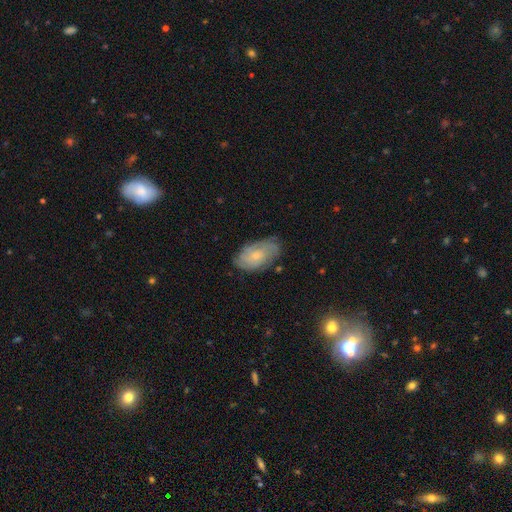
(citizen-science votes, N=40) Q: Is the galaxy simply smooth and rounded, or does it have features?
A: featured or disk — 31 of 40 (78%).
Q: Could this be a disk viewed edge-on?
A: no — 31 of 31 (100%).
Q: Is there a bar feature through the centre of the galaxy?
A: no — 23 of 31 (74%).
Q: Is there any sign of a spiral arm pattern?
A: yes — 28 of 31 (90%).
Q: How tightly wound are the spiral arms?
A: tight — 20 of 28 (71%).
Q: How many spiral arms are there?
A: can't tell — 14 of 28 (50%).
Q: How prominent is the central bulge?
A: small — 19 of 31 (61%).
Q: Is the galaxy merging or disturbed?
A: none — 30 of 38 (79%).